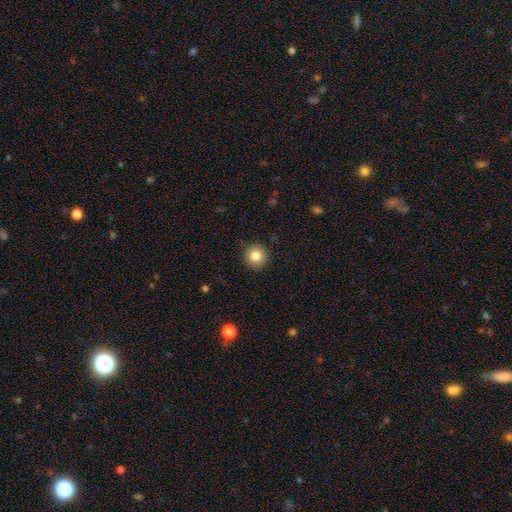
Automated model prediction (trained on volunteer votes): Overall: smooth (84%). How rounded: round (94%). Merging: none (90%).